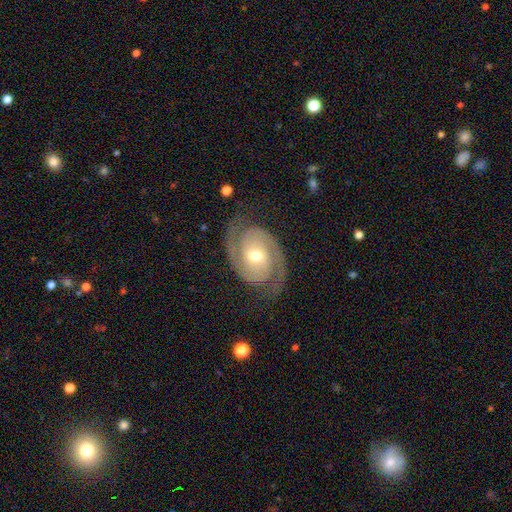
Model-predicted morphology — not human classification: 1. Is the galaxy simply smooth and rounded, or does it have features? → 91% featured or disk, 4% smooth, 4% star or artifact.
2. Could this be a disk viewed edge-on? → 98% no, 2% yes.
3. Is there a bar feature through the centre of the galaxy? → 60% no, 29% weak, 11% strong.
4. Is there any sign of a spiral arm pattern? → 98% yes, 2% no.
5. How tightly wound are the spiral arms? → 50% tight, 42% medium, 8% loose.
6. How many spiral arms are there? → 94% 2, 2% can't tell, 1% 3, 1% 1, 1% 4, 1% more than 4.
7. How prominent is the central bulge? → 67% moderate, 27% small, 4% large, 1% dominant, 1% none.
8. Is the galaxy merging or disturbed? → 82% none, 12% minor disturbance, 5% major disturbance, 1% merger.